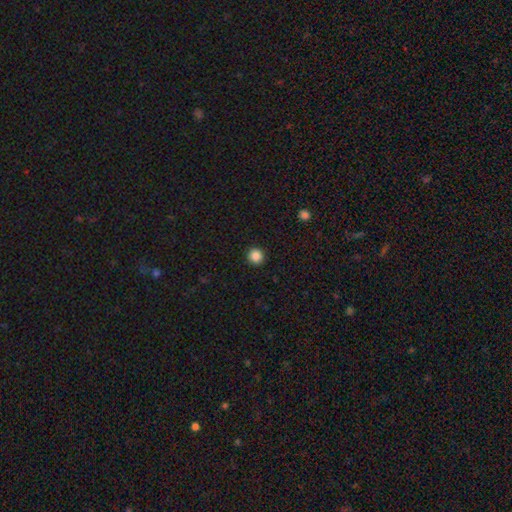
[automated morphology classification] This appears to be a smooth galaxy with no disk features (86%) that is round (95%). Merging: none (94%).